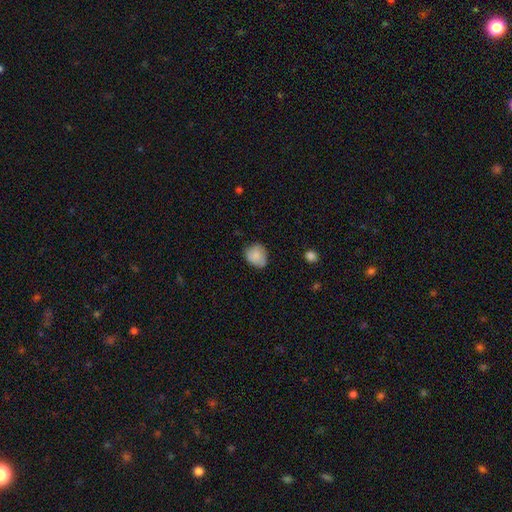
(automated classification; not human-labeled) This is clearly a smooth galaxy (81%). How rounded: likely round (61%). Merging: likely none (63%).